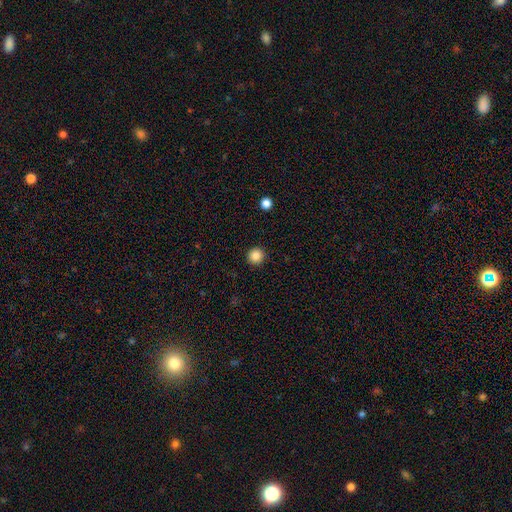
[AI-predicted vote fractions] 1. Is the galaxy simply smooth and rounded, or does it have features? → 85% smooth, 10% star or artifact, 4% featured or disk.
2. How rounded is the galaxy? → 95% round, 4% in between, 1% cigar-shaped.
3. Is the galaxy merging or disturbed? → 93% none, 5% minor disturbance, 2% major disturbance, 1% merger.